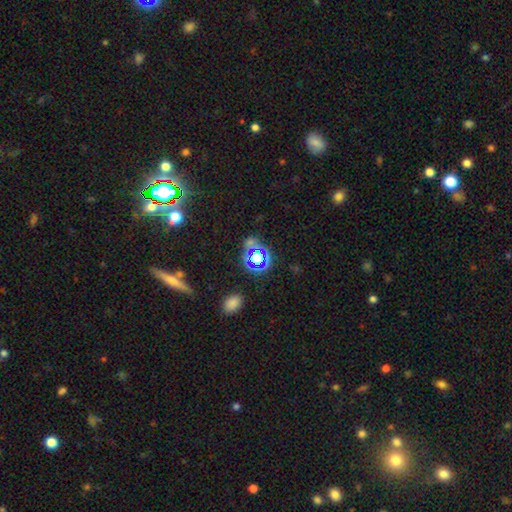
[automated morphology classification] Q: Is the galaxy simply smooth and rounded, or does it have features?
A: star or artifact — 61%.